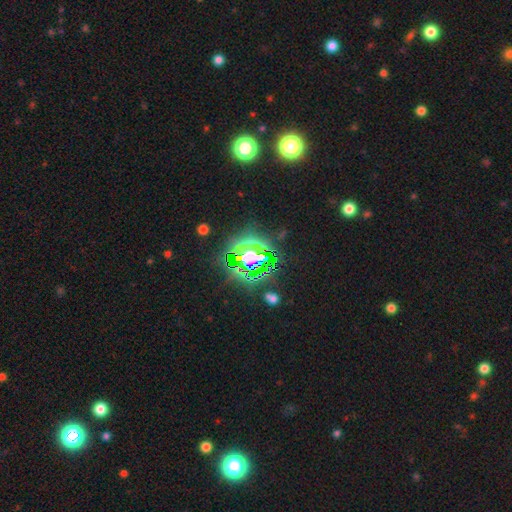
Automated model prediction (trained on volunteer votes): This appears to be a star or artifact, not a galaxy (76%).